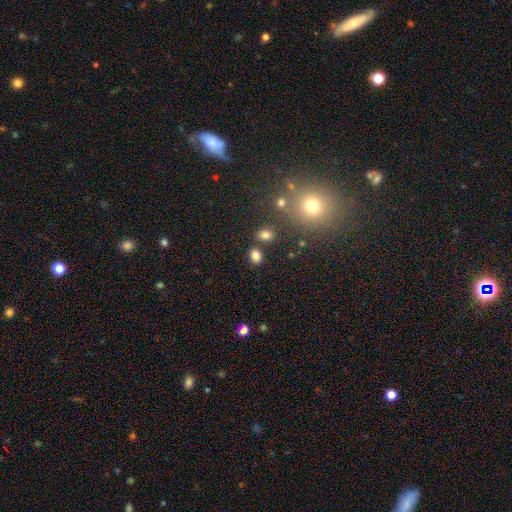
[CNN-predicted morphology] This is clearly a smooth galaxy (81%). How rounded: likely in between (64%). Merging: likely none (75%).